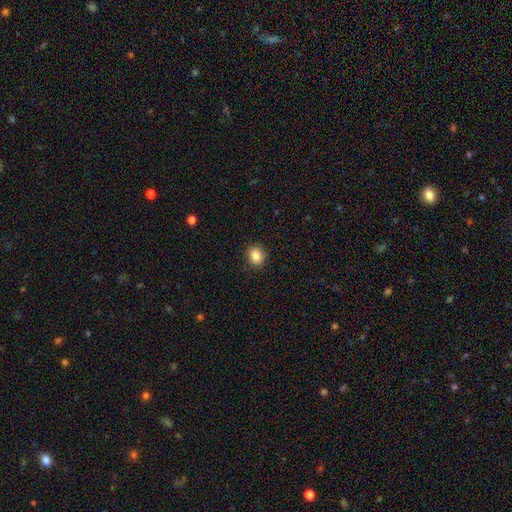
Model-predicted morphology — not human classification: The model was most divided on "how rounded": round: 57%, in between: 43%, cigar-shaped: 1%. More confident: merging — none (89%); smooth or featured — smooth (87%).